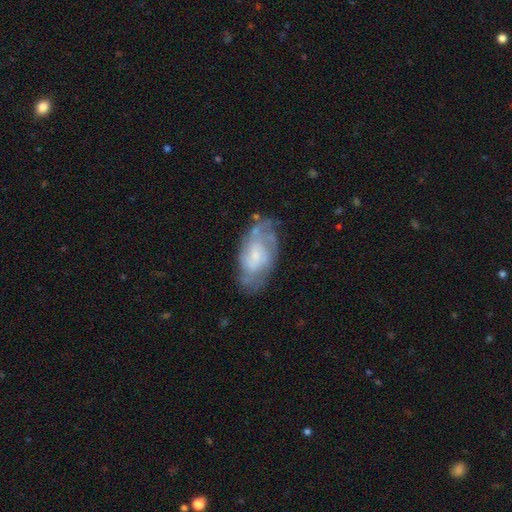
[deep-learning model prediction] Overall: featured or disk (67%). Edge-on disk: no (95%). Bar: no (66%; weak 30%). Spiral arms: yes (79%). Spiral arm count: can't tell (51%; 2 23%). Spiral winding: tight (49%; medium 37%). Bulge size: small (63%; moderate 25%). Merging: none (65%).